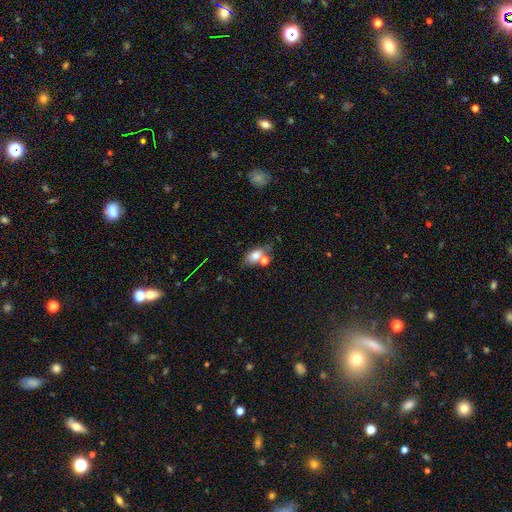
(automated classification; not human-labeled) smooth-or-featured: smooth: 71% | featured or disk: 19% | star or artifact: 10%
  how-rounded: in between: 80% | round: 16% | cigar-shaped: 4%
  merging: none: 43% | merger: 35% | minor disturbance: 16% | major disturbance: 7%